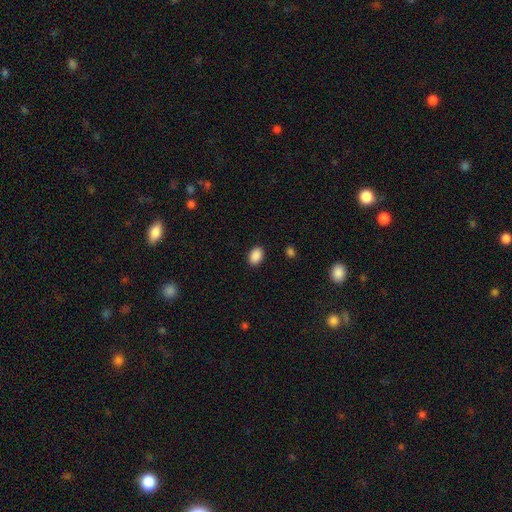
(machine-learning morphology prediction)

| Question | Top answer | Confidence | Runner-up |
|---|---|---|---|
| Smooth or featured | smooth | 89% | star or artifact (8%) |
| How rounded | in between | 82% | round (17%) |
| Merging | none | 89% | minor disturbance (8%) |